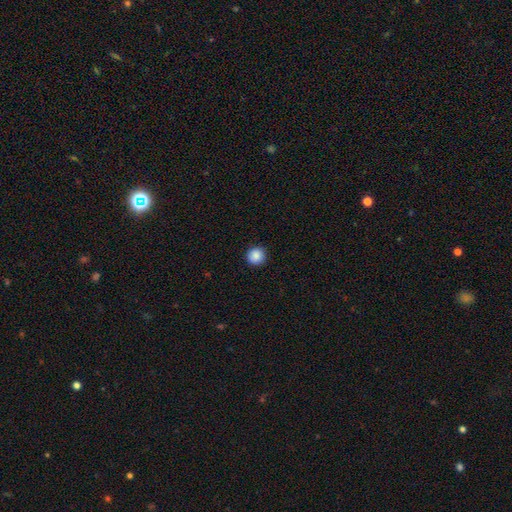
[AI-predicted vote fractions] smooth_or_featured: smooth (p=0.88) [alt: star or artifact p=0.09]
how_rounded: round (p=0.95) [alt: in between p=0.04]
merging: none (p=0.92) [alt: minor disturbance p=0.06]